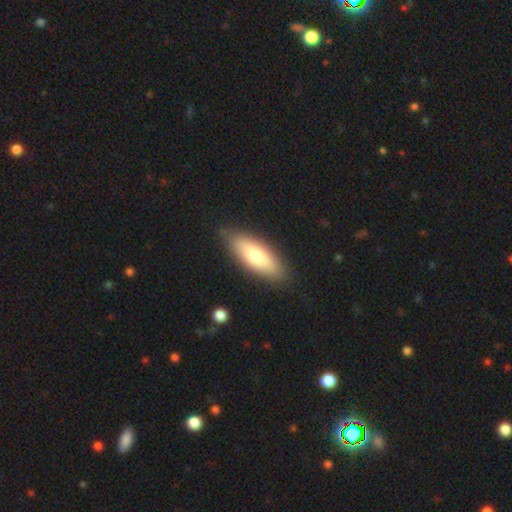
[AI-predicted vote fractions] Smooth or featured? smooth (73%)
How rounded? in between (66%)
Merging? none (87%)